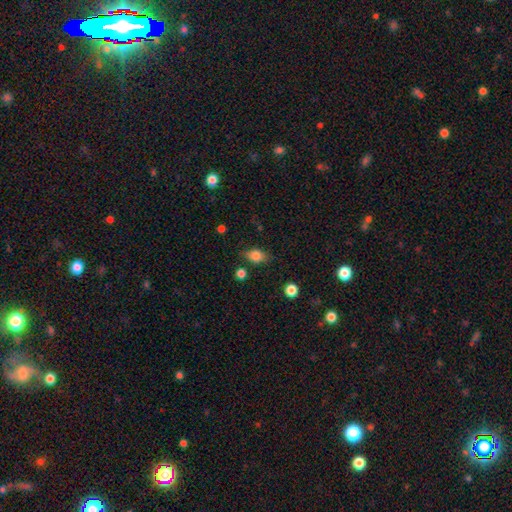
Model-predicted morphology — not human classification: A smooth galaxy with no disk features (81%) that is in between round and cigar-shaped (74%).

Vote fractions:
- Smooth or featured? smooth: 81% / featured or disk: 10% / star or artifact: 9%
- How rounded? in between: 74% / round: 23% / cigar-shaped: 3%
- Merging? none: 76% / minor disturbance: 17% / major disturbance: 4% / merger: 3%